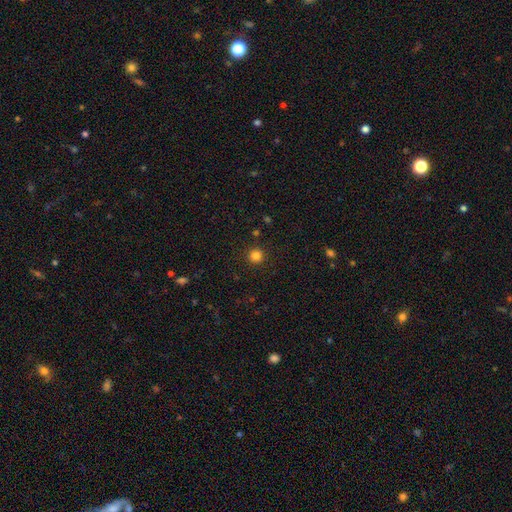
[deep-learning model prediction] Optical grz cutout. It shows a smooth galaxy with no disk features (82%) that is round (95%). Merging: none (92%).